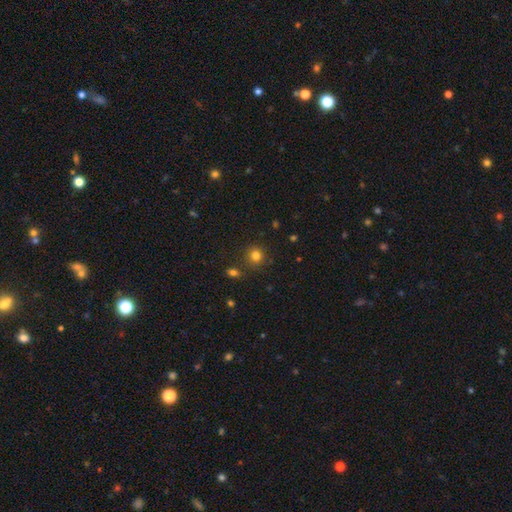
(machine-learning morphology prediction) The model was most divided on "smooth or featured": smooth: 80%, star or artifact: 14%, featured or disk: 6%. More confident: how rounded — round (89%); merging — none (83%).